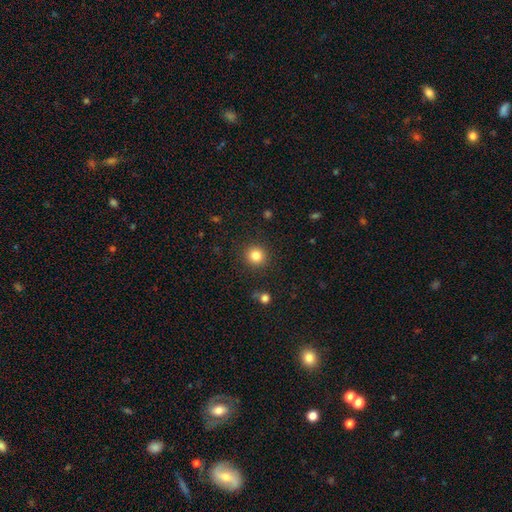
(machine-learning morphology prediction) Smooth or featured?
  - smooth: 83% *
  - star or artifact: 11%
  - featured or disk: 5%
How rounded?
  - round: 93% *
  - in between: 6%
  - cigar-shaped: 1%
Merging?
  - none: 90% *
  - minor disturbance: 6%
  - major disturbance: 3%
  - merger: 1%